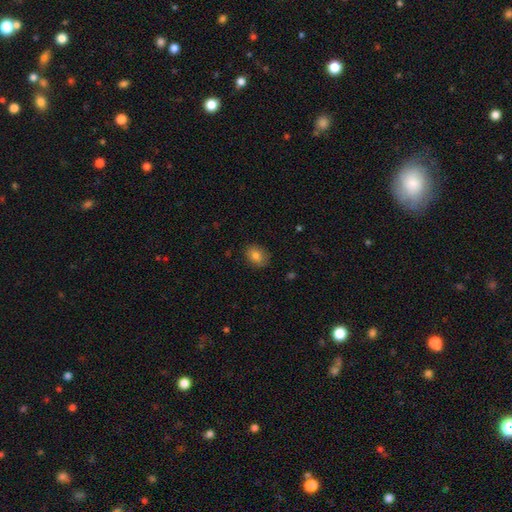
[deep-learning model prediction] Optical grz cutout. It shows a smooth galaxy with no disk features (80%) that is in between round and cigar-shaped (66%). Merging: none (85%).